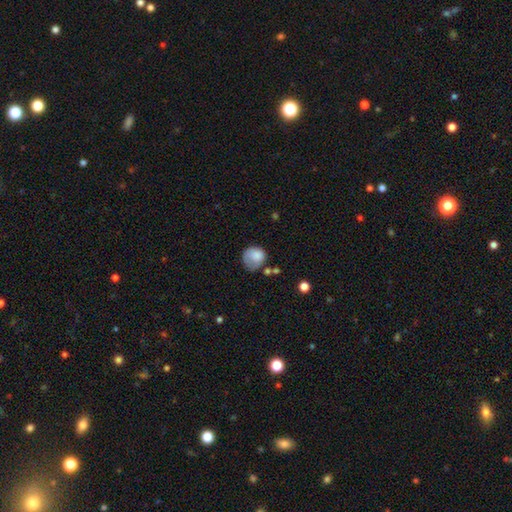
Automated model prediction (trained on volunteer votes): Smooth or featured? smooth (80%)
How rounded? round (74%)
Merging? none (42%)